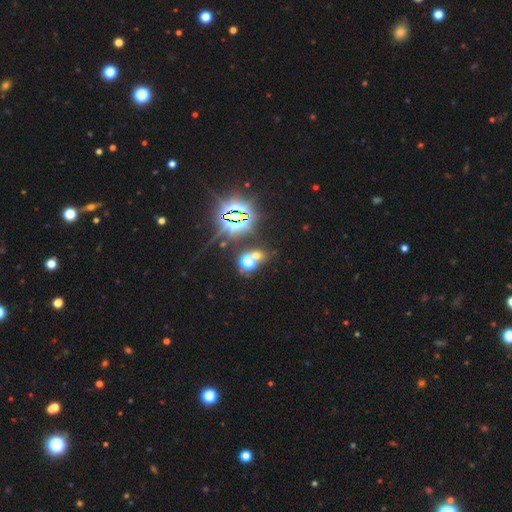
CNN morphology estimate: Smooth or featured: star or artifact — 57% (smooth — 34%)